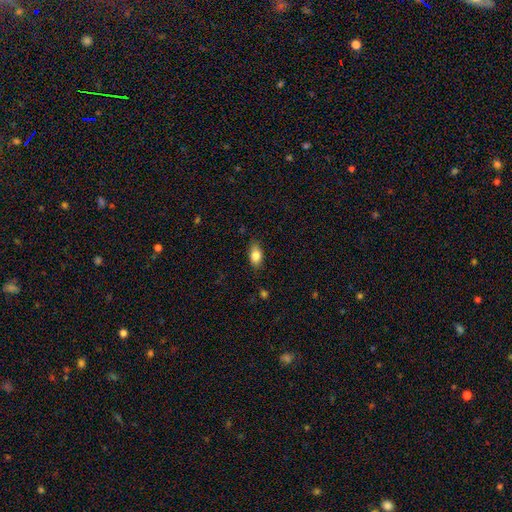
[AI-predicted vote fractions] Smooth or featured?
  - smooth: 84% *
  - featured or disk: 9%
  - star or artifact: 8%
How rounded?
  - in between: 89% *
  - round: 7%
  - cigar-shaped: 5%
Merging?
  - none: 81% *
  - minor disturbance: 15%
  - major disturbance: 3%
  - merger: 1%